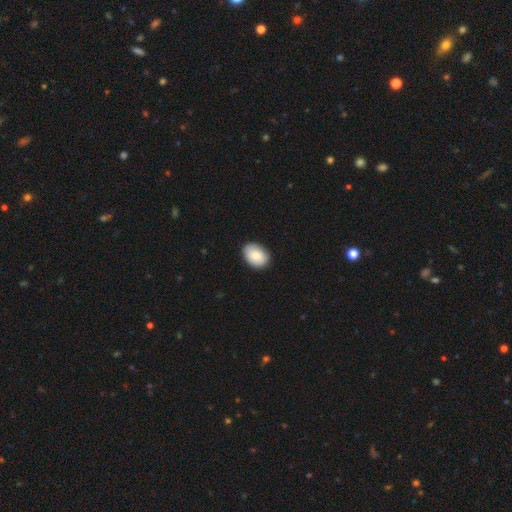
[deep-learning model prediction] Smooth or featured? smooth (85%)
How rounded? in between (77%)
Merging? none (87%)